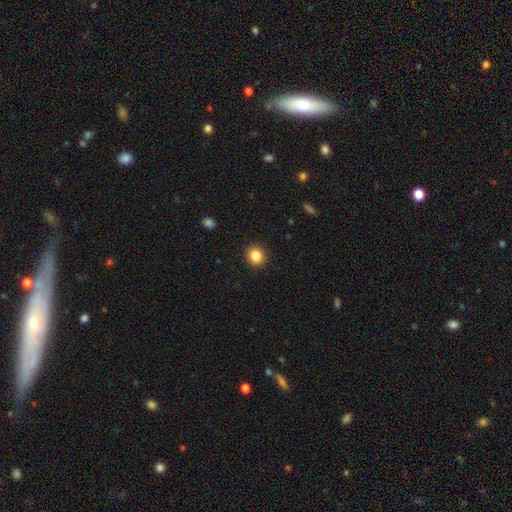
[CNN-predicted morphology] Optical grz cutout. It shows a smooth galaxy with no disk features (85%) that is round (79%). Merging: none (91%).